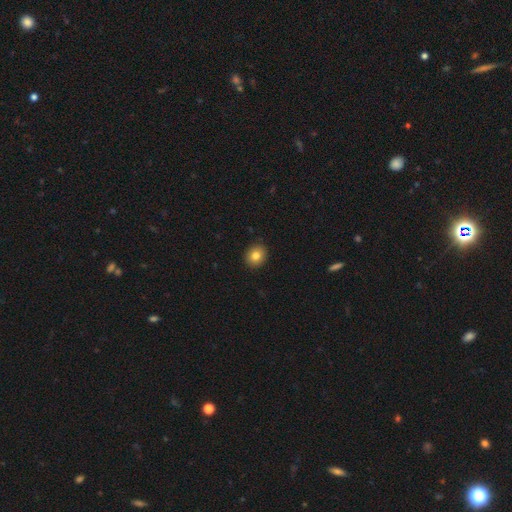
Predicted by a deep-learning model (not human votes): A smooth galaxy with no disk features (82%) that is round (74%).

Vote fractions:
- Smooth or featured? smooth: 82% / star or artifact: 10% / featured or disk: 8%
- How rounded? round: 74% / in between: 26% / cigar-shaped: 1%
- Merging? none: 91% / minor disturbance: 7% / major disturbance: 2% / merger: 1%